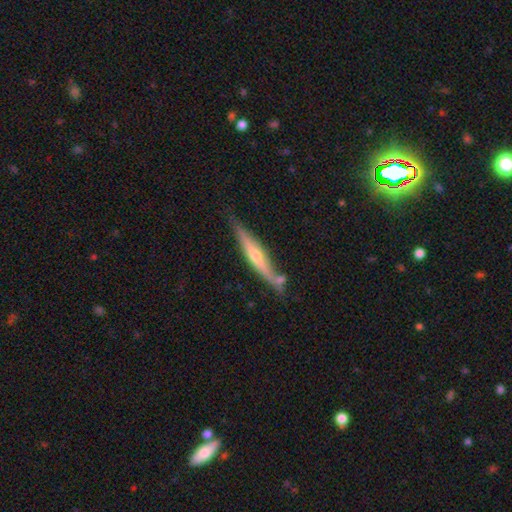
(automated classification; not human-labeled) smooth_or_featured: featured or disk (p=0.70) [alt: smooth p=0.23]
disk_edge_on: yes (p=0.94) [alt: no p=0.06]
edge_on_bulge: rounded (p=0.78) [alt: none p=0.16]
merging: none (p=0.74) [alt: minor disturbance p=0.17]